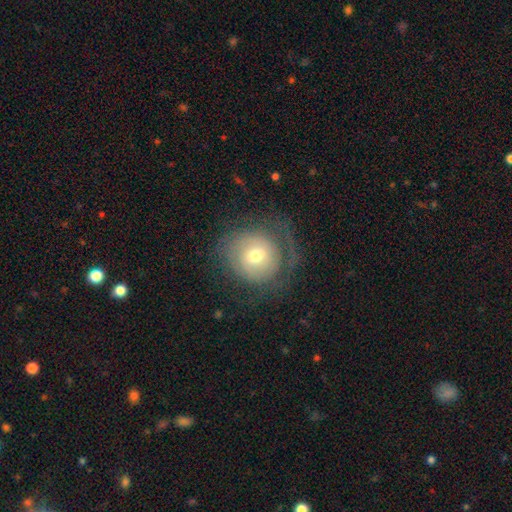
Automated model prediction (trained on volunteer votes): smooth-or-featured: featured or disk: 53% | smooth: 38% | star or artifact: 9%
  disk-edge-on: no: 96% | yes: 4%
    bar: no: 54% | weak: 37% | strong: 9%
    has-spiral-arms: yes: 72% | no: 28%
    bulge-size: moderate: 57% | small: 34% | large: 6% | dominant: 1% | none: 1%
  merging: none: 60% | major disturbance: 20% | minor disturbance: 18% | merger: 1%